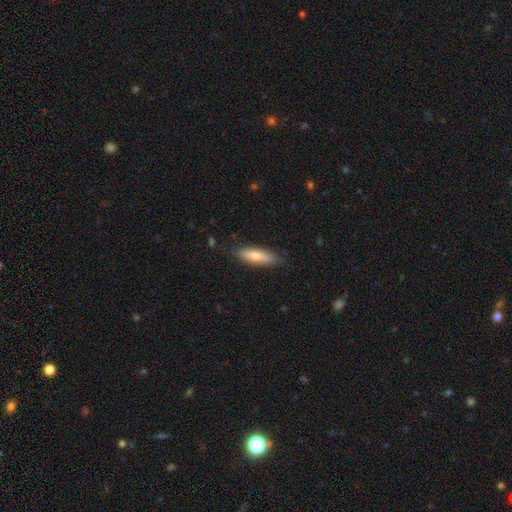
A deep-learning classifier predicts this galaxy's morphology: Smooth or featured?
  - smooth: 73% *
  - featured or disk: 21%
  - star or artifact: 6%
How rounded?
  - cigar-shaped: 57% *
  - in between: 41%
  - round: 2%
Merging?
  - none: 83% *
  - minor disturbance: 13%
  - major disturbance: 2%
  - merger: 1%